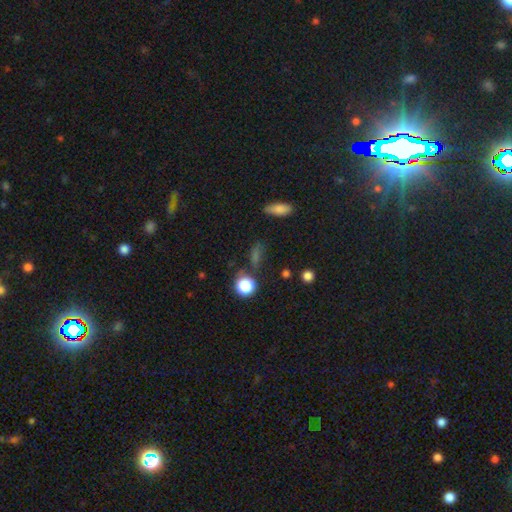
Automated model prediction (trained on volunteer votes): The model was most divided on "how rounded": round: 56%, in between: 34%, cigar-shaped: 10%. More confident: merging — none (72%); smooth or featured — smooth (59%).